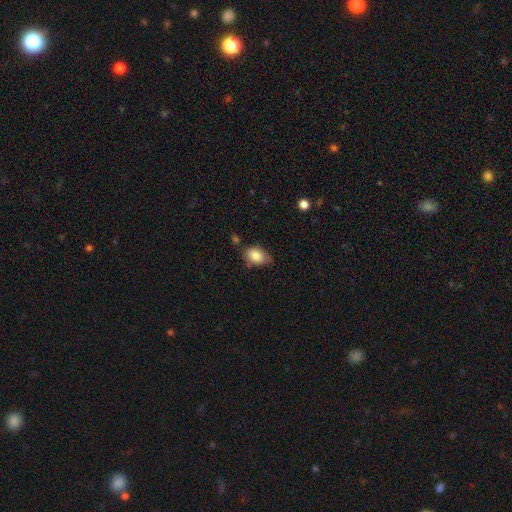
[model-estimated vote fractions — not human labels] Smooth or featured? Predicted: smooth (p=0.85). How rounded? Predicted: in between (p=0.80). Merging? Predicted: none (p=0.61).